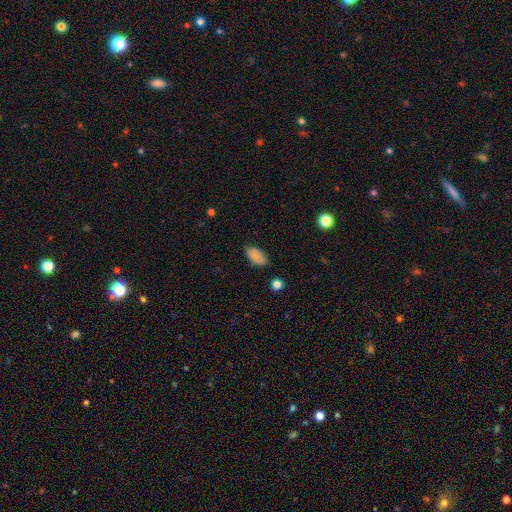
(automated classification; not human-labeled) Morphology: type=smooth (84%); roundness=in between (93%); merging=none (73%).